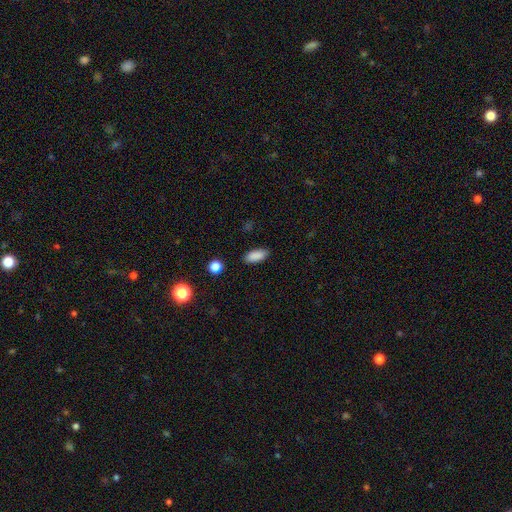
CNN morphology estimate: type=smooth (88%); roundness=in between (85%); merging=none (87%).